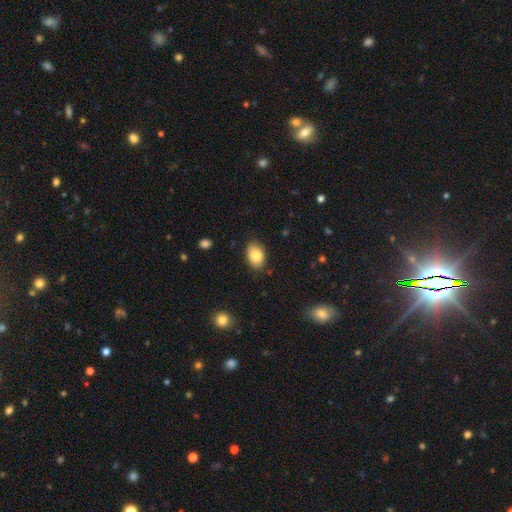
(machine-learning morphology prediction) smooth_or_featured: smooth (p=0.86) [alt: star or artifact p=0.07]
how_rounded: in between (p=0.86) [alt: round p=0.13]
merging: none (p=0.82) [alt: minor disturbance p=0.14]